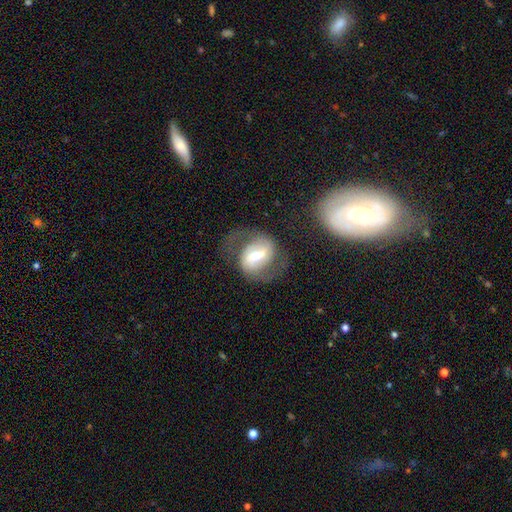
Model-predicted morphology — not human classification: The model was most divided on "bar": strong: 45%, weak: 40%, no: 15%. Remaining: edge-on disk — no (96%); spiral arm count — 2 (88%); spiral arms — yes (88%); smooth or featured — featured or disk (77%); merging — none (66%); bulge size — moderate (62%); spiral winding — medium (48%).